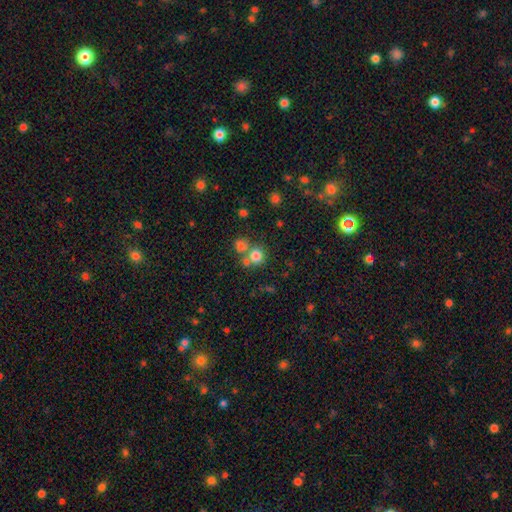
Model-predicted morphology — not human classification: This appears to be a smooth galaxy with no disk features (76%) that is round (88%). Merging: none (57%).